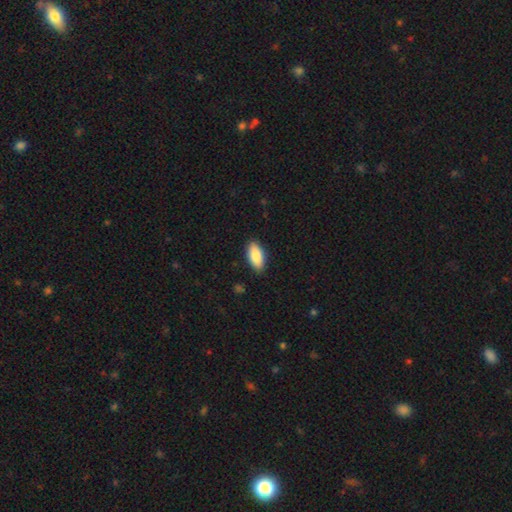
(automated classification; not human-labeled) This appears to be a smooth galaxy with no disk features (86%) that is in between round and cigar-shaped (90%). Merging: none (88%).